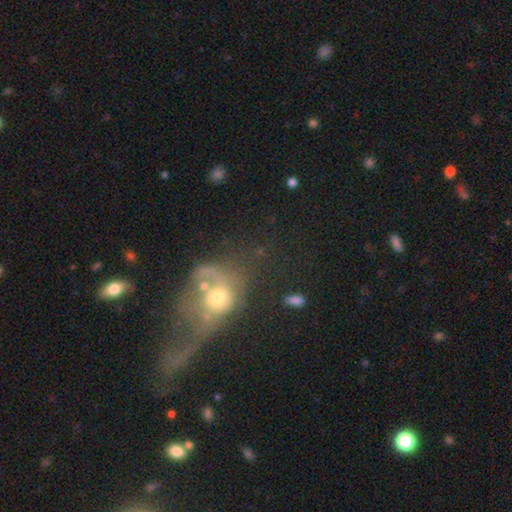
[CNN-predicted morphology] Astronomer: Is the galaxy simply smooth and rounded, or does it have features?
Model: featured or disk — 42% (runner-up: smooth, 34%).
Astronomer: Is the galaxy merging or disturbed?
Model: major disturbance — 46% (runner-up: merger, 22%).